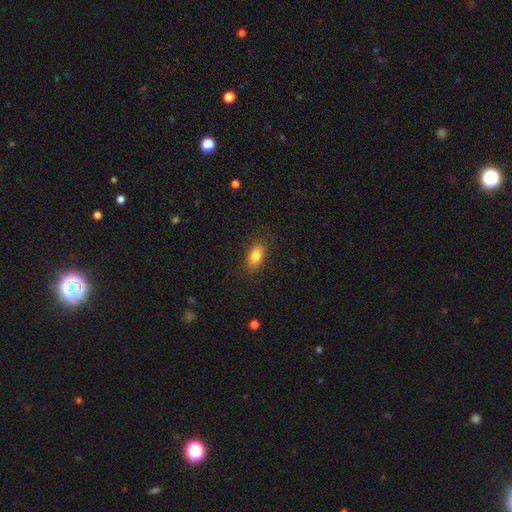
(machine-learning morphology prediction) type=smooth (83%); roundness=in between (88%); merging=none (84%).